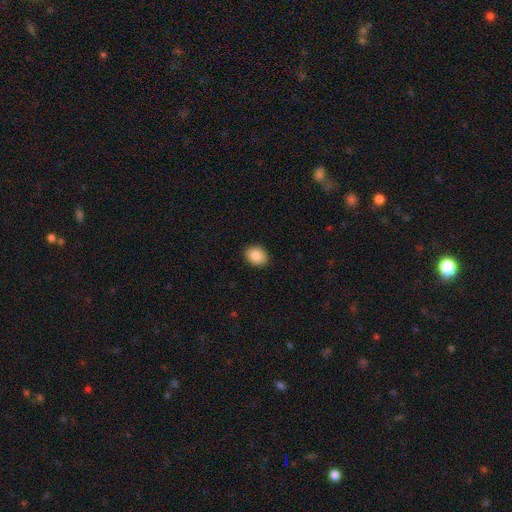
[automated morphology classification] A smooth galaxy with no disk features (87%) that is in between round and cigar-shaped (56%).

Vote fractions:
- Smooth or featured? smooth: 87% / star or artifact: 8% / featured or disk: 5%
- How rounded? in between: 56% / round: 43% / cigar-shaped: 1%
- Merging? none: 90% / minor disturbance: 7% / major disturbance: 2% / merger: 1%